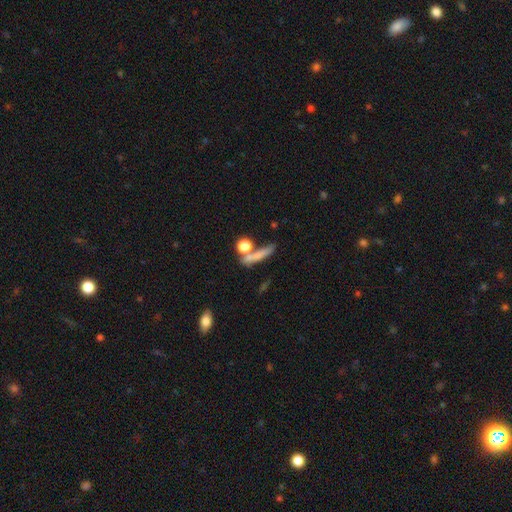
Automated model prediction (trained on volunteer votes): Q: Smooth or featured?
A: smooth (67%); runner-up: featured or disk (21%)
Q: How rounded?
A: cigar-shaped (57%); runner-up: round (24%)
Q: Merging?
A: none (55%); runner-up: merger (22%)